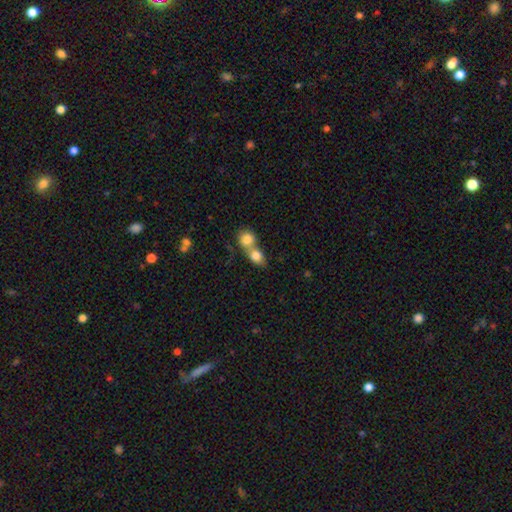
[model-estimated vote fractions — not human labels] A smooth galaxy with no disk features (81%) that is in between round and cigar-shaped (50%).

Vote fractions:
- Smooth or featured? smooth: 81% / featured or disk: 11% / star or artifact: 8%
- How rounded? in between: 50% / round: 47% / cigar-shaped: 2%
- Merging? merger: 70% / none: 22% / minor disturbance: 5% / major disturbance: 2%